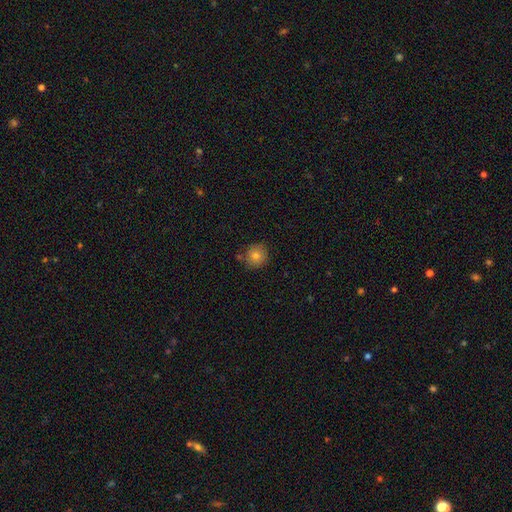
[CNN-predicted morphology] smooth_or_featured: smooth (p=0.79) [alt: star or artifact p=0.11]
how_rounded: round (p=0.89) [alt: in between p=0.10]
merging: none (p=0.81) [alt: minor disturbance p=0.13]